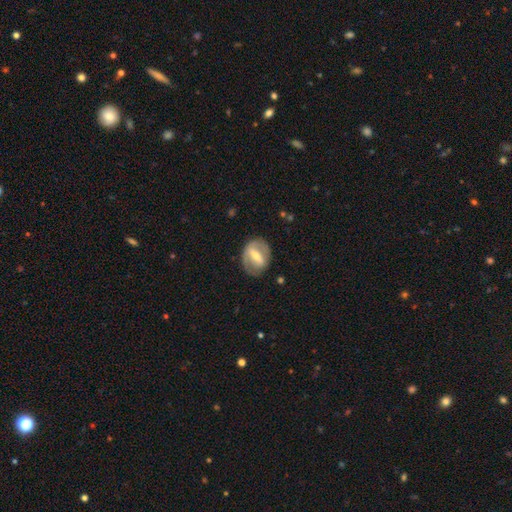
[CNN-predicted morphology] This is likely a featured or disk galaxy (64%). It is clearly not viewed edge-on (92%). Bar: likely strong (62%). Spiral arm pattern: possibly no (56%). Central bulge: possibly moderate (55%). Merging: likely none (76%).